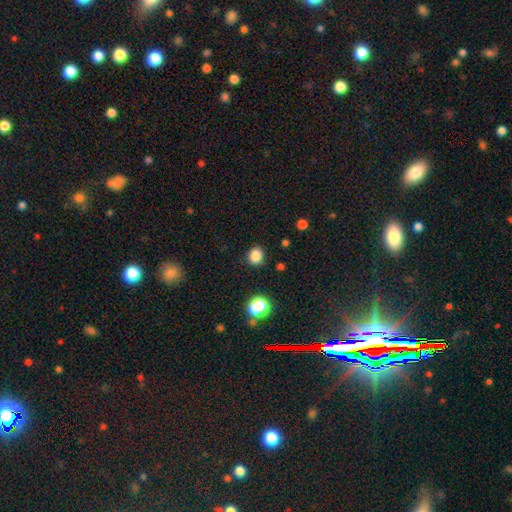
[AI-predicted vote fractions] Smooth or featured: smooth — 84% (star or artifact — 12%)
How rounded: round — 78% (in between — 21%)
Merging: none — 87% (minor disturbance — 9%)